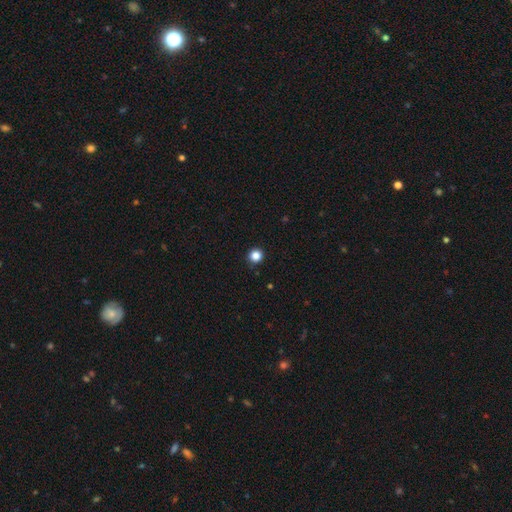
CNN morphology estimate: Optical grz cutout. It shows a smooth galaxy with no disk features (86%) that is round (95%). Merging: none (92%).